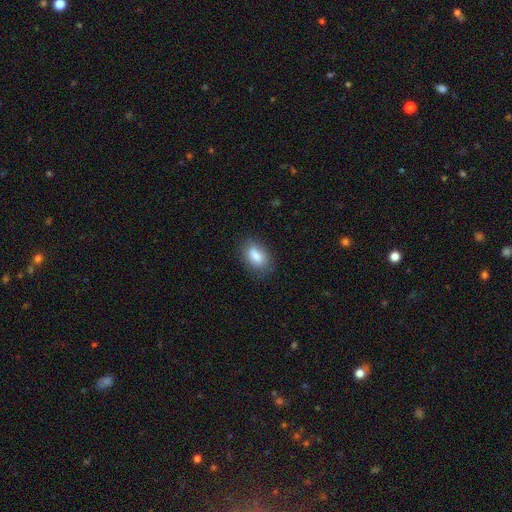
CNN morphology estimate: Q: Smooth or featured?
A: smooth (84%); runner-up: featured or disk (9%)
Q: How rounded?
A: in between (88%); runner-up: round (9%)
Q: Merging?
A: none (77%); runner-up: minor disturbance (17%)